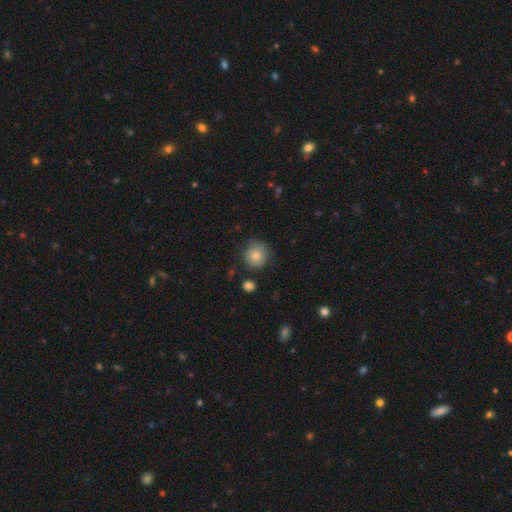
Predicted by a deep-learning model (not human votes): This appears to be a smooth galaxy with no disk features (81%) that is round (91%). Merging: none (75%).